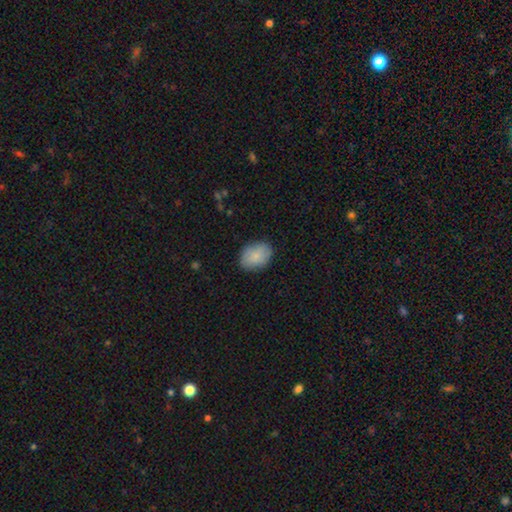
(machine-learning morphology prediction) type=smooth (85%); roundness=in between (73%); merging=none (83%).